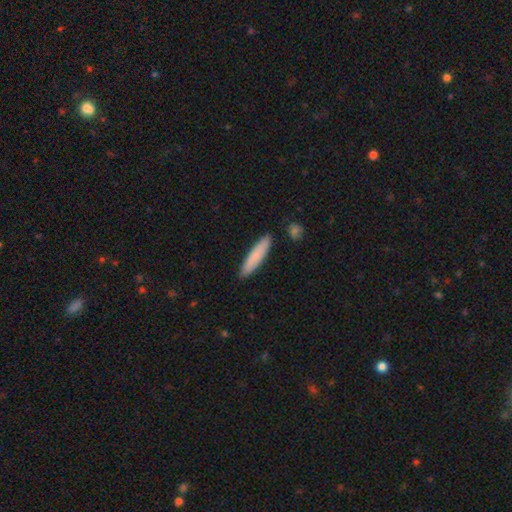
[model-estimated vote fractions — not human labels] This is clearly a smooth galaxy (81%). How rounded: clearly cigar-shaped (85%). Merging: clearly none (88%).